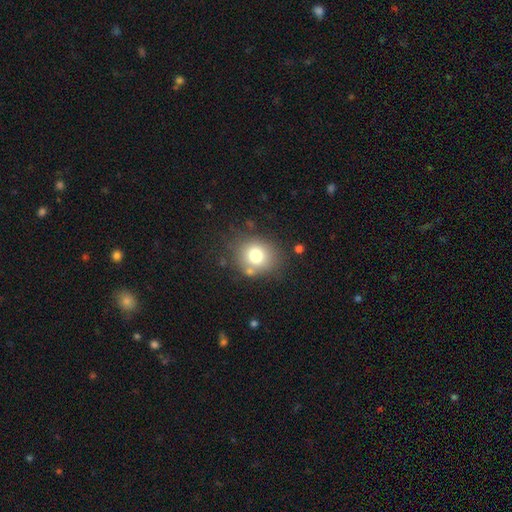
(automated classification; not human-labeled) Smooth or featured? smooth (75%)
How rounded? round (76%)
Merging? none (75%)